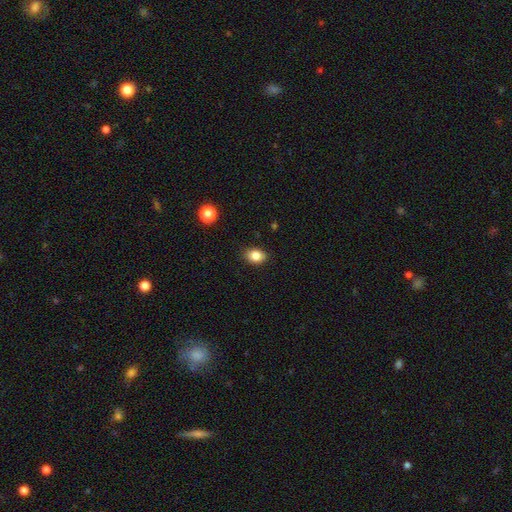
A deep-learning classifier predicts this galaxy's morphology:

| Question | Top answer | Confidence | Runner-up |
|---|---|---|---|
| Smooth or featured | smooth | 85% | star or artifact (10%) |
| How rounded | in between | 70% | round (29%) |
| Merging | none | 88% | minor disturbance (9%) |